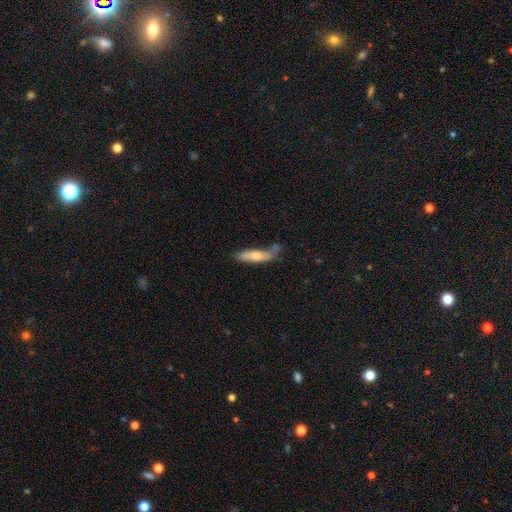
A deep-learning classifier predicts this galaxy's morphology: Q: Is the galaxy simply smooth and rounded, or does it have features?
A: smooth — 64%.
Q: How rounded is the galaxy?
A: cigar-shaped — 69%.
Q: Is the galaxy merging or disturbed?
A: none — 50%.